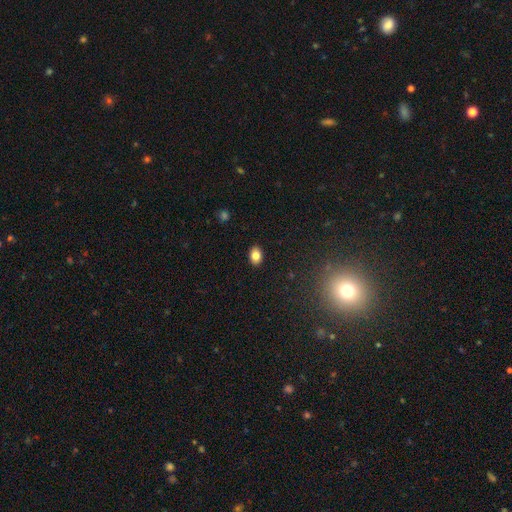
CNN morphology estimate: smooth 83%, star or artifact 9%, featured or disk 8%. Down the decision tree: how rounded — in between (77%); merging — none (89%).